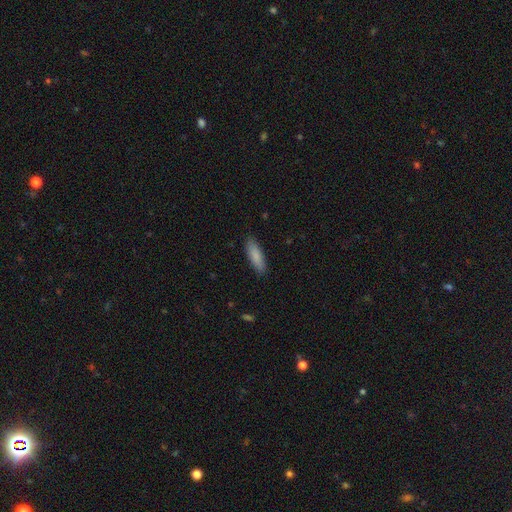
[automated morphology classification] smooth 87%, featured or disk 8%, star or artifact 6%. Down the decision tree: how rounded — cigar-shaped (55%); merging — none (86%).